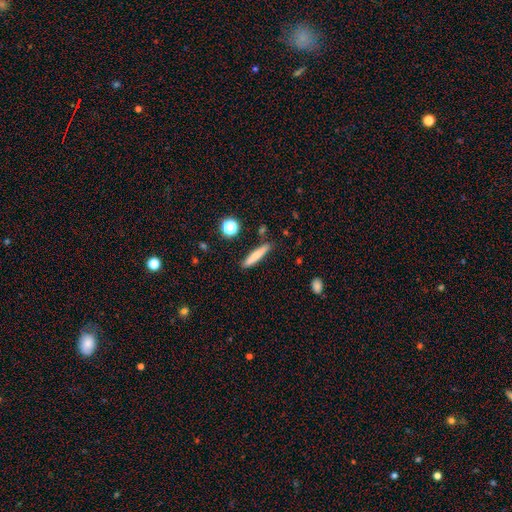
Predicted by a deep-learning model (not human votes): A smooth galaxy with no disk features (72%) that is cigar-shaped (90%).

Vote fractions:
- Smooth or featured? smooth: 72% / featured or disk: 20% / star or artifact: 8%
- How rounded? cigar-shaped: 90% / in between: 8% / round: 2%
- Merging? none: 85% / minor disturbance: 10% / merger: 3% / major disturbance: 2%